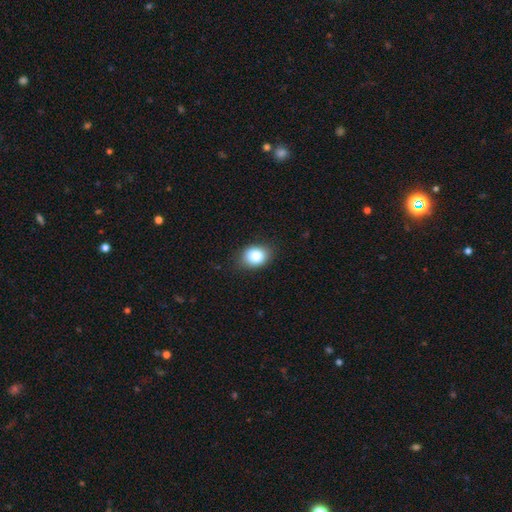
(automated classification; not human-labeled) smooth_or_featured: smooth (p=0.84) [alt: star or artifact p=0.09]
how_rounded: in between (p=0.61) [alt: round p=0.38]
merging: none (p=0.83) [alt: minor disturbance p=0.13]